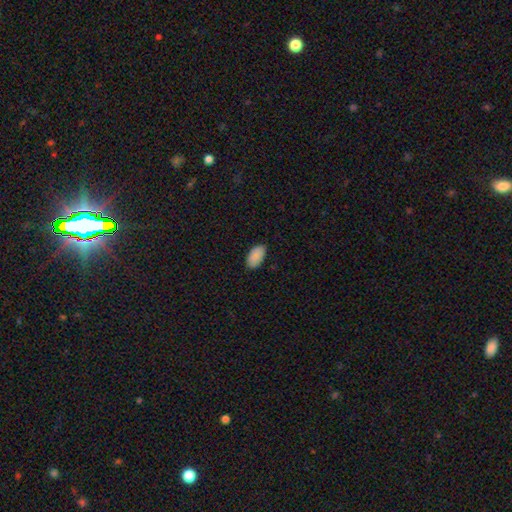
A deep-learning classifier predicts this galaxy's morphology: Smooth or featured: smooth — 90% (star or artifact — 7%)
How rounded: in between — 95% (round — 3%)
Merging: none — 84% (minor disturbance — 13%)